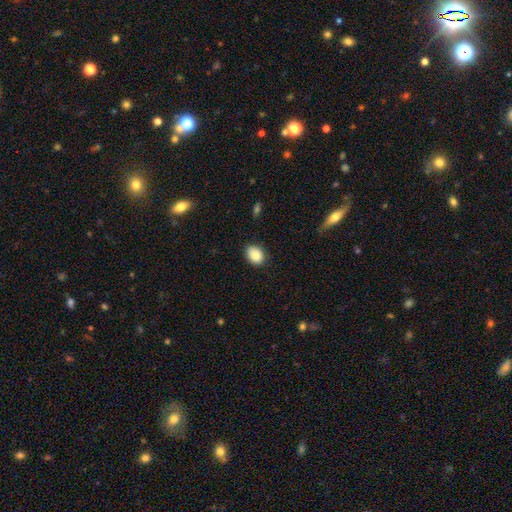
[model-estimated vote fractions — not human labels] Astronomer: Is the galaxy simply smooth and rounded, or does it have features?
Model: smooth — 84%.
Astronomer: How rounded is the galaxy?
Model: in between — 63%.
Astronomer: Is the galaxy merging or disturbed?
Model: none — 84%.